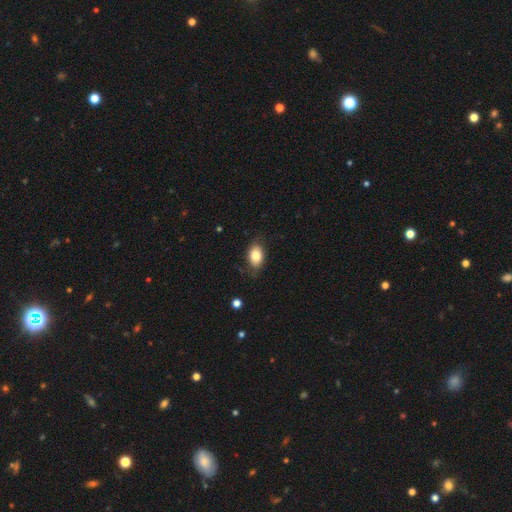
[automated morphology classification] smooth 82%, featured or disk 10%, star or artifact 8%. Down the decision tree: how rounded — in between (86%); merging — none (76%).